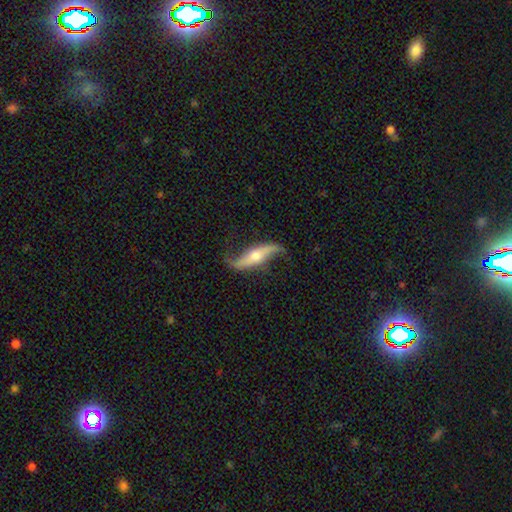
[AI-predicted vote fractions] A featured or disk galaxy (83%) with no bar (46%), 2 (92%) loose (92%) spiral arms (93%) and a moderate central bulge (59%). Merging: none (72%).